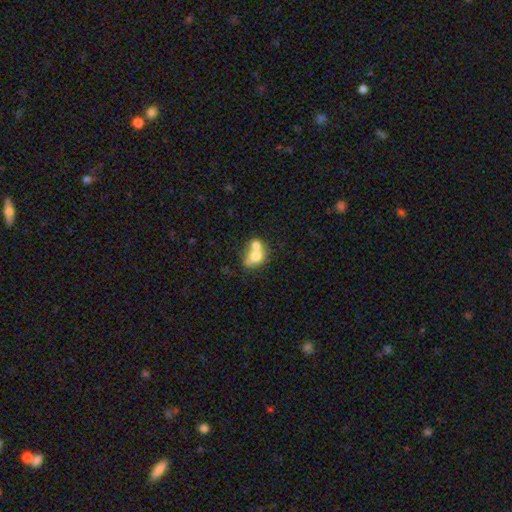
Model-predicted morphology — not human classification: smooth 66%, featured or disk 24%, star or artifact 10%. Down the decision tree: how rounded — round (57%); merging — merger (65%).